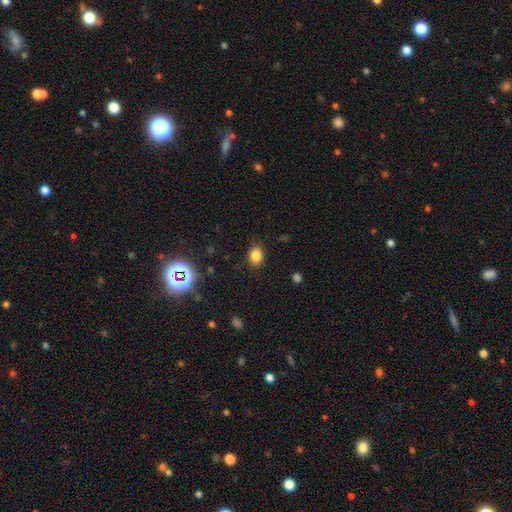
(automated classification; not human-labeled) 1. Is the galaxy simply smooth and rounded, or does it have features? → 82% smooth, 13% star or artifact, 5% featured or disk.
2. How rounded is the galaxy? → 65% in between, 34% round, 1% cigar-shaped.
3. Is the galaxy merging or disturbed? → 86% none, 10% minor disturbance, 3% major disturbance, 1% merger.